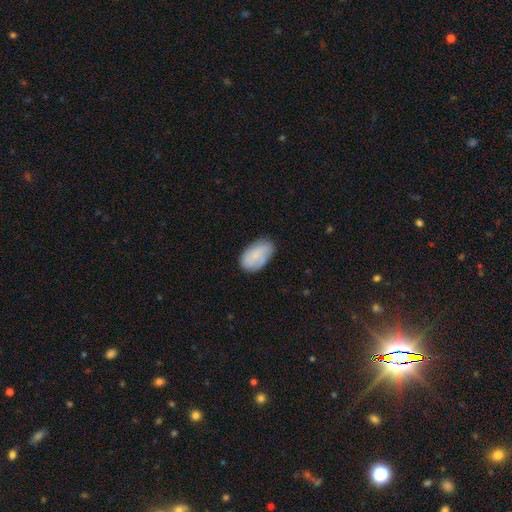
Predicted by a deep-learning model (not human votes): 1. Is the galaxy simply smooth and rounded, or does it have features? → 75% smooth, 18% featured or disk, 7% star or artifact.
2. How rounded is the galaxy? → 93% in between, 5% round, 2% cigar-shaped.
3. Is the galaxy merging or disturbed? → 68% none, 24% minor disturbance, 5% major disturbance, 2% merger.